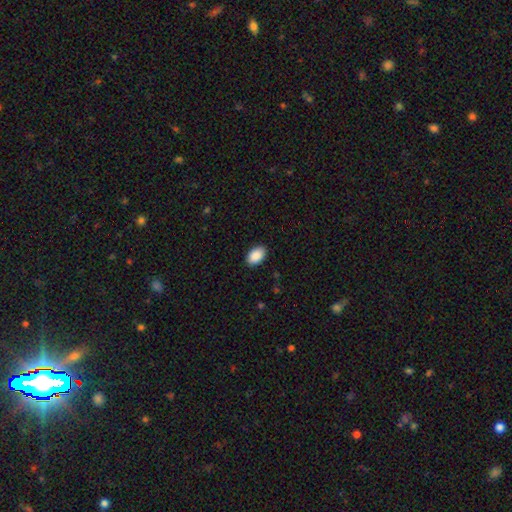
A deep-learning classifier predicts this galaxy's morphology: Smooth or featured? Predicted: smooth (p=0.90). How rounded? Predicted: in between (p=0.92). Merging? Predicted: none (p=0.89).